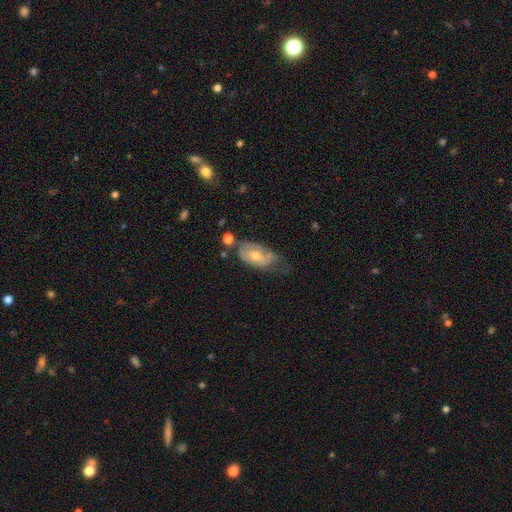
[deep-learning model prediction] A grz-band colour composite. It shows a smooth galaxy with no disk features (47%). Merging: none (36%).